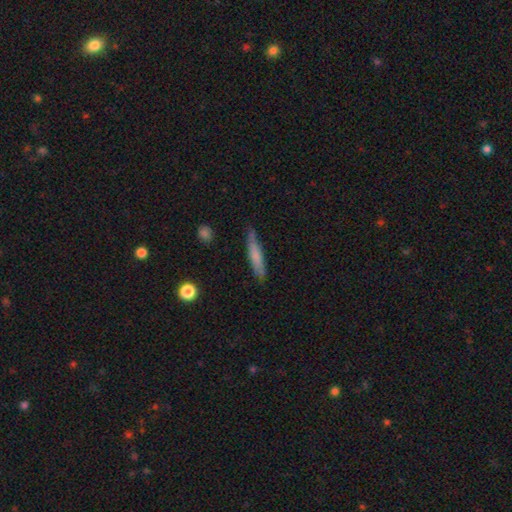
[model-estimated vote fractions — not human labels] Smooth or featured?
  - smooth: 69% *
  - featured or disk: 25%
  - star or artifact: 6%
How rounded?
  - cigar-shaped: 90% *
  - in between: 9%
  - round: 2%
Merging?
  - none: 79% *
  - minor disturbance: 17%
  - major disturbance: 3%
  - merger: 2%